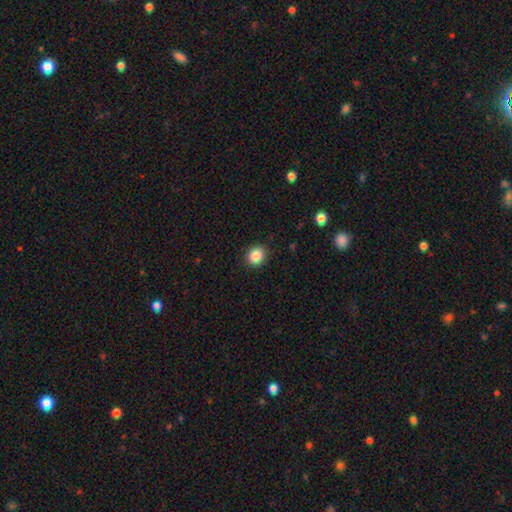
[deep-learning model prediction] The model was most divided on "how rounded": round: 78%, in between: 21%, cigar-shaped: 1%. More confident: merging — none (90%); smooth or featured — smooth (87%).